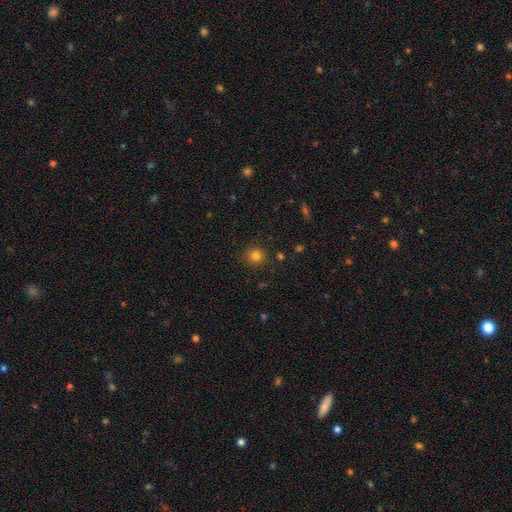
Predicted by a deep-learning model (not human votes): Smooth or featured?
  - smooth: 80% *
  - star or artifact: 15%
  - featured or disk: 6%
How rounded?
  - round: 92% *
  - in between: 7%
  - cigar-shaped: 1%
Merging?
  - none: 89% *
  - minor disturbance: 7%
  - major disturbance: 2%
  - merger: 2%